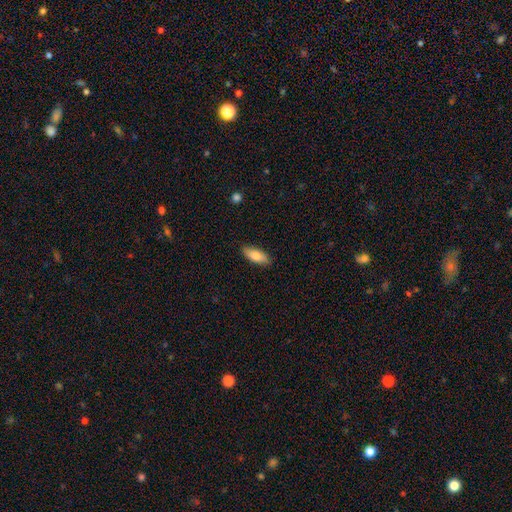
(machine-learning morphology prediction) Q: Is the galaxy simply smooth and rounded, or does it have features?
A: smooth — 81%.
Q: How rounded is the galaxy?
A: in between — 76%.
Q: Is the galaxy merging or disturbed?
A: none — 86%.